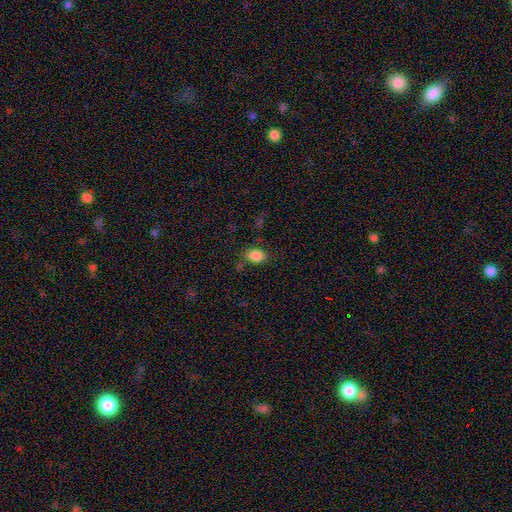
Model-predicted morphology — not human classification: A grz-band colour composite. It shows a smooth galaxy with no disk features (85%) that is in between round and cigar-shaped (76%). Merging: none (74%).